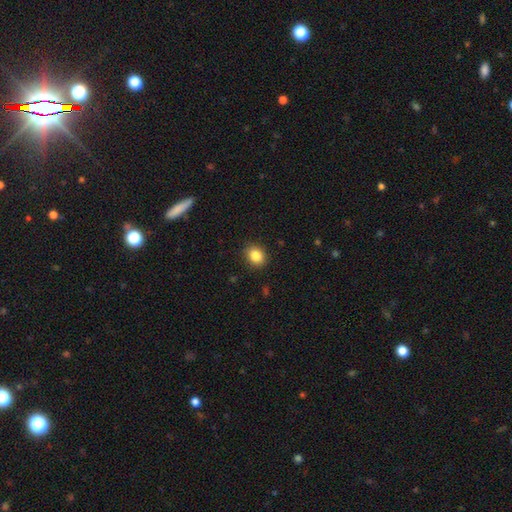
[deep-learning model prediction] Smooth or featured: smooth — 85% (star or artifact — 10%)
How rounded: round — 57% (in between — 42%)
Merging: none — 89% (minor disturbance — 7%)